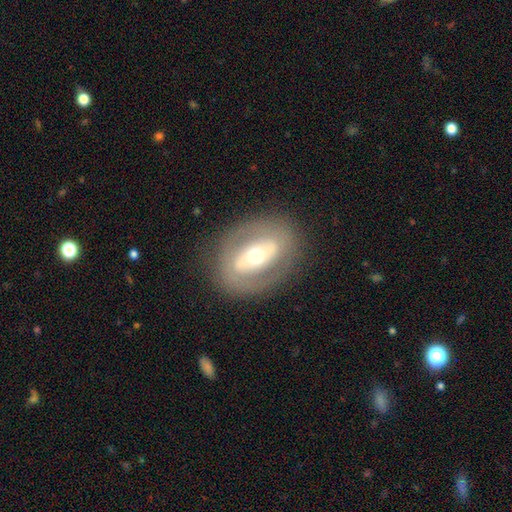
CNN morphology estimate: Smooth or featured? featured or disk (65%)
Edge-on disk? no (91%)
Bar? no (42%)
Spiral arms? no (73%)
Bulge size? moderate (62%)
Merging? none (81%)